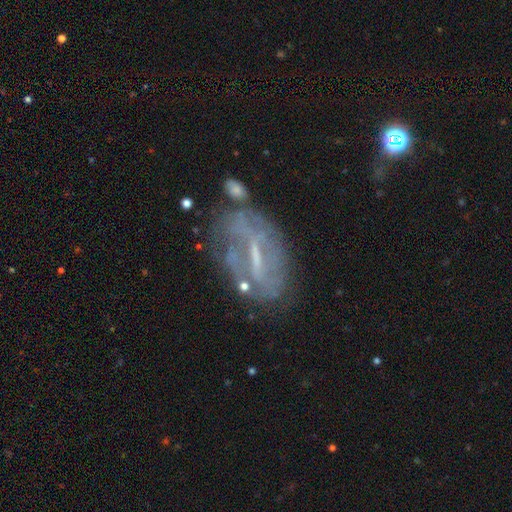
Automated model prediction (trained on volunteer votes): Smooth or featured: featured or disk — 70% (smooth — 17%)
Edge-on disk: no — 89% (yes — 11%)
Bar: strong — 42% (weak — 38%)
Spiral arms: yes — 51% (no — 49%)
Bulge size: small — 45% (none — 32%)
Merging: none — 52% (minor disturbance — 23%)